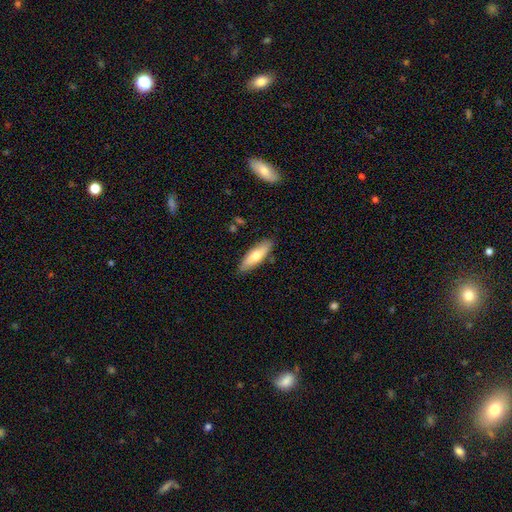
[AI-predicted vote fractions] This is likely a smooth galaxy (66%). How rounded: possibly in between (53%). Merging: clearly none (85%).